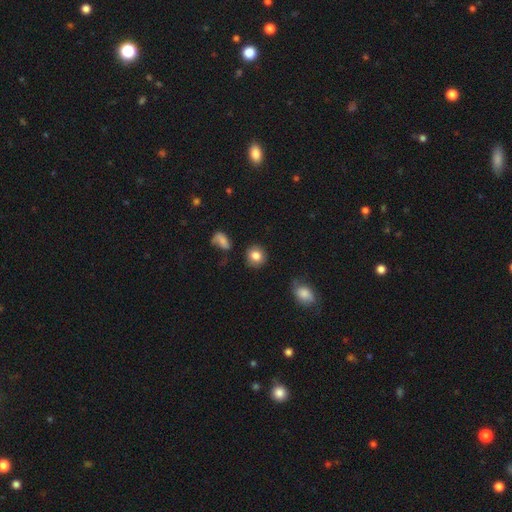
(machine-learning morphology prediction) Q: Smooth or featured?
A: smooth (83%); runner-up: star or artifact (9%)
Q: How rounded?
A: round (84%); runner-up: in between (15%)
Q: Merging?
A: none (83%); runner-up: minor disturbance (11%)